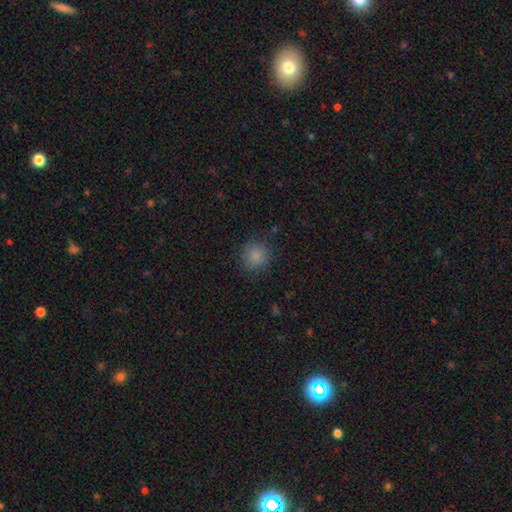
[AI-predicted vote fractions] Morphology: type=smooth (84%); roundness=round (91%); merging=none (87%).